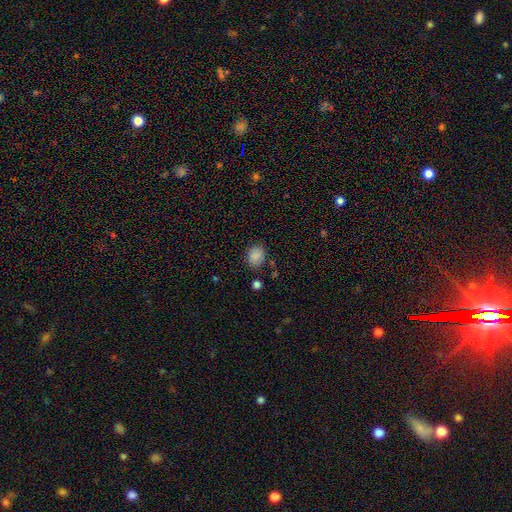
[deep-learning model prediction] Q: Smooth or featured?
A: smooth (86%); runner-up: star or artifact (10%)
Q: How rounded?
A: round (52%); runner-up: in between (47%)
Q: Merging?
A: none (79%); runner-up: minor disturbance (14%)